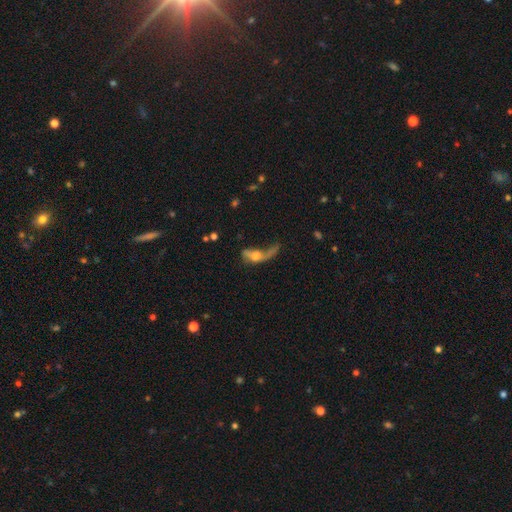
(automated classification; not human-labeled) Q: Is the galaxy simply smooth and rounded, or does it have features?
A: featured or disk — 49%.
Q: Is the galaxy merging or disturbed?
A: major disturbance — 57%.